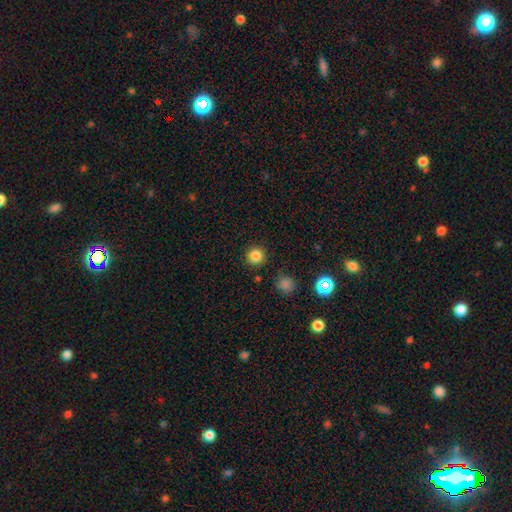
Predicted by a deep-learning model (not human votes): Overall: smooth (84%). How rounded: round (95%). Merging: none (90%).